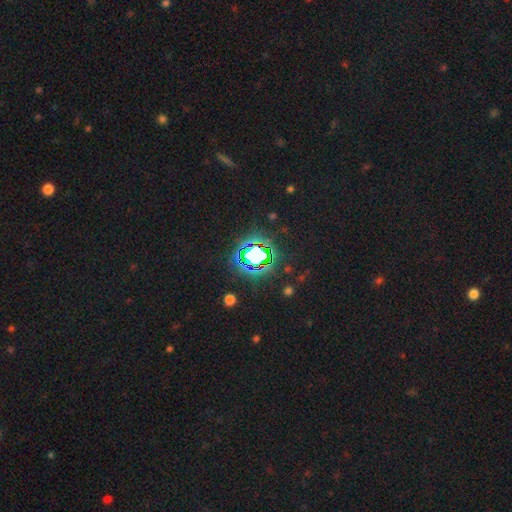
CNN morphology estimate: Smooth or featured: star or artifact — 70% (smooth — 18%)